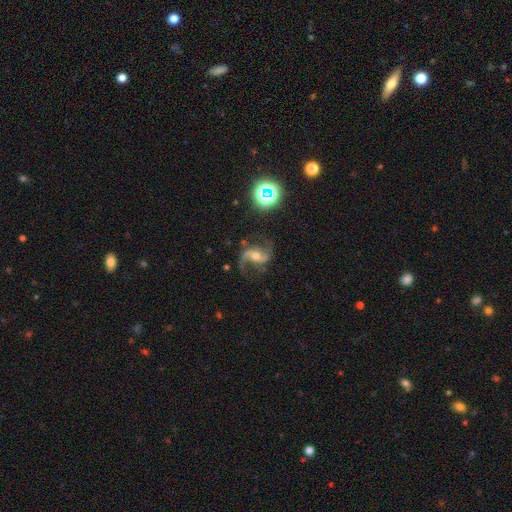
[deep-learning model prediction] This is clearly a featured or disk galaxy (87%). It is clearly not viewed edge-on (97%). Bar: marginally weak (36%, tied with no). Spiral arm pattern: clearly yes (98%). Spiral arm count: clearly 2 (93%). Spiral winding: likely loose (65%). Central bulge: likely moderate (61%). Merging: likely none (75%).